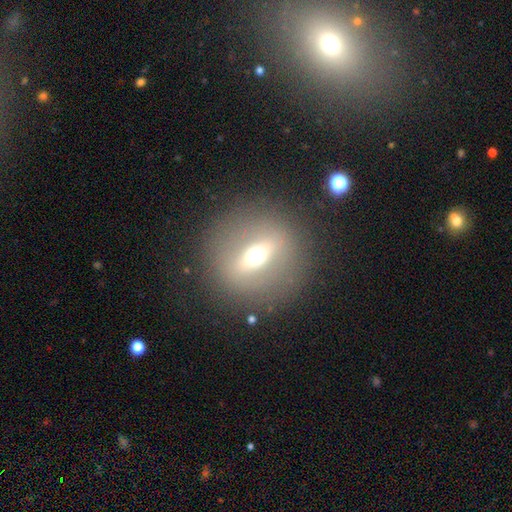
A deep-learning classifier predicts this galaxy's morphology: Overall: featured or disk (55%; smooth 33%). Edge-on disk: no (55%; yes 45%). Merging: none (85%).